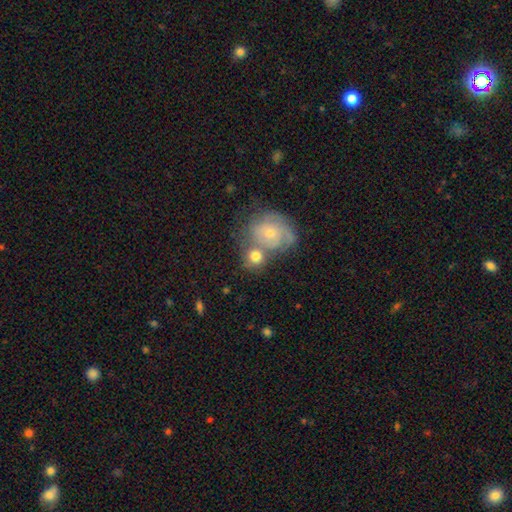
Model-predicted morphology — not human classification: A smooth galaxy with no disk features (59%) that is round (76%). Merging: none (43%).